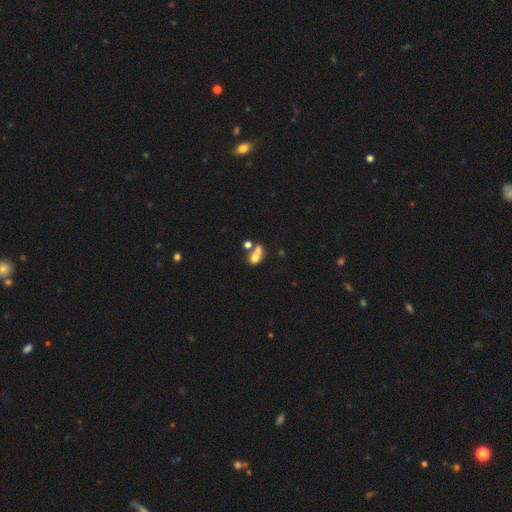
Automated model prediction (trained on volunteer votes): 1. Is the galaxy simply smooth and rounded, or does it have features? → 64% smooth, 24% featured or disk, 12% star or artifact.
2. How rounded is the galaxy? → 68% in between, 27% round, 5% cigar-shaped.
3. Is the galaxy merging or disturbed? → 57% merger, 24% none, 9% major disturbance, 9% minor disturbance.